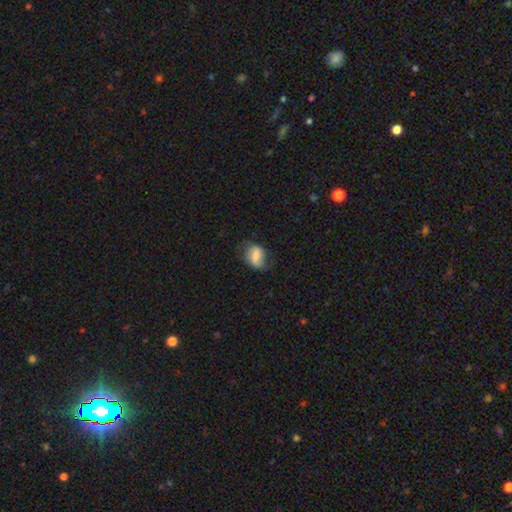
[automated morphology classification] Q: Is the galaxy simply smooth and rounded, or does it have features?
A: smooth — 55%.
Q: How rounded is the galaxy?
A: in between — 68%.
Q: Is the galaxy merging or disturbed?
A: none — 61%.